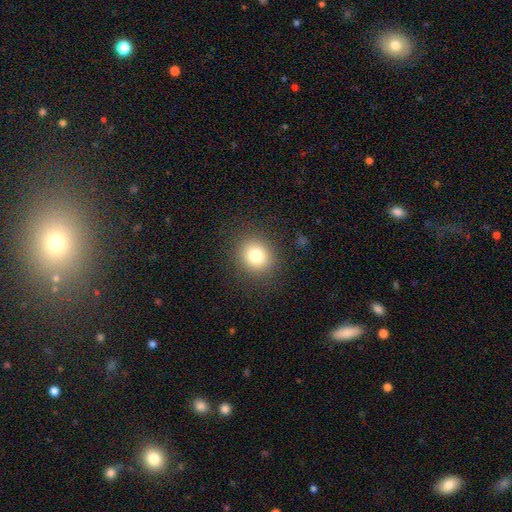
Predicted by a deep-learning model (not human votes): The model was most divided on "how rounded": round: 81%, in between: 18%, cigar-shaped: 1%. More confident: merging — none (88%); smooth or featured — smooth (79%).